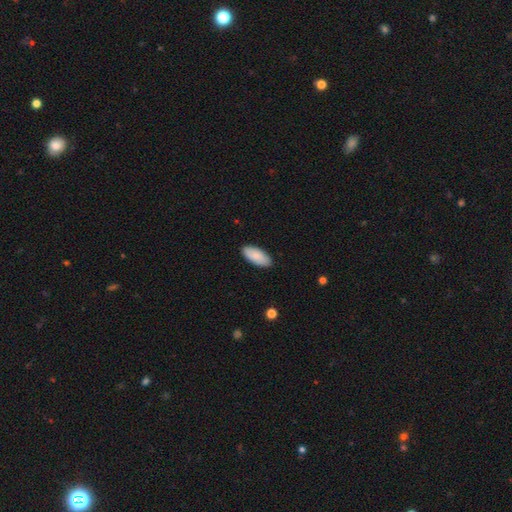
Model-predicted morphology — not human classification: Overall: smooth (86%). How rounded: in between (90%). Merging: none (88%).